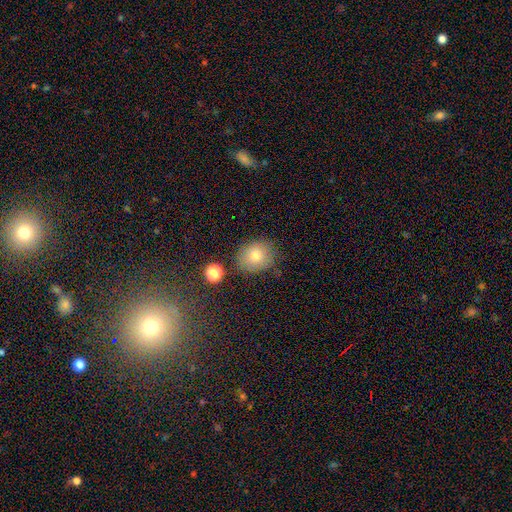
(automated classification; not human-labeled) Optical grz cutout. It shows a smooth galaxy with no disk features (75%) that is round (72%). Merging: none (75%).